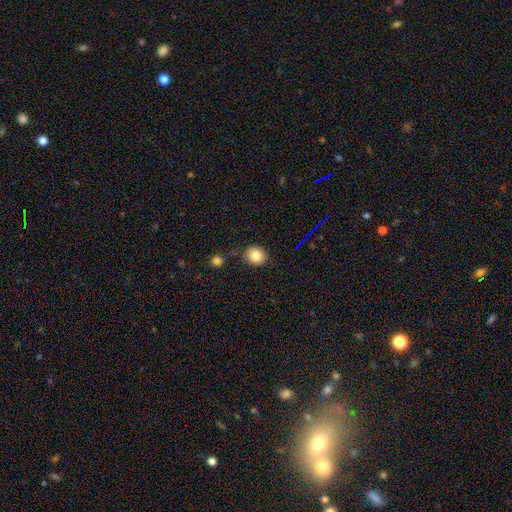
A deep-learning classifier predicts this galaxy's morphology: A smooth galaxy with no disk features (82%) that is round (76%). Merging: none (80%).